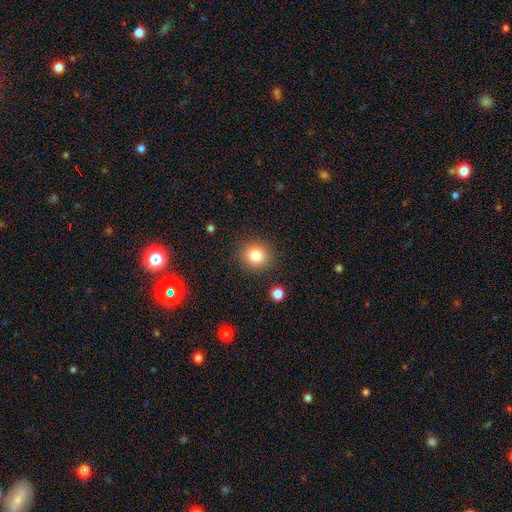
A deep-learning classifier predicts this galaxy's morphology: A smooth galaxy with no disk features (83%) that is round (88%). Merging: none (88%).